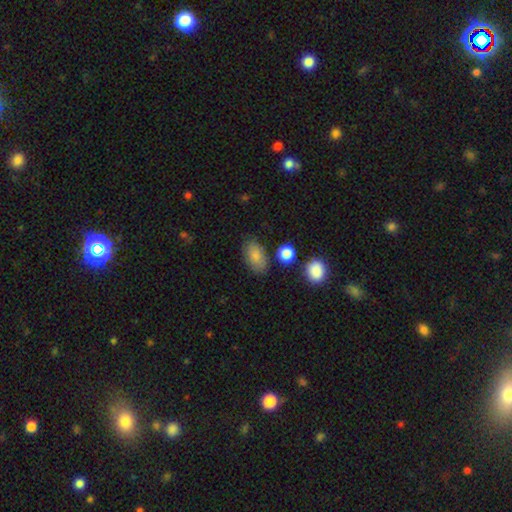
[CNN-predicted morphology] smooth-or-featured: smooth: 82% | featured or disk: 9% | star or artifact: 8%
  how-rounded: in between: 90% | round: 8% | cigar-shaped: 2%
  merging: none: 76% | minor disturbance: 16% | merger: 4% | major disturbance: 4%